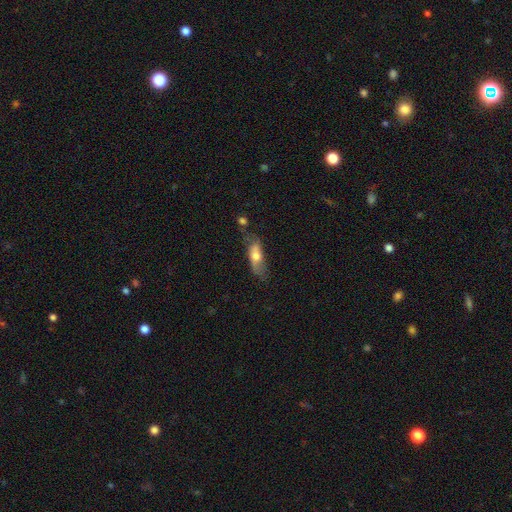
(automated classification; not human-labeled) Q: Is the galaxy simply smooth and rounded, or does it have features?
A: smooth — 57%.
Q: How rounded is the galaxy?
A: in between — 60%.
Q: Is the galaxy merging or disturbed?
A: none — 51%.